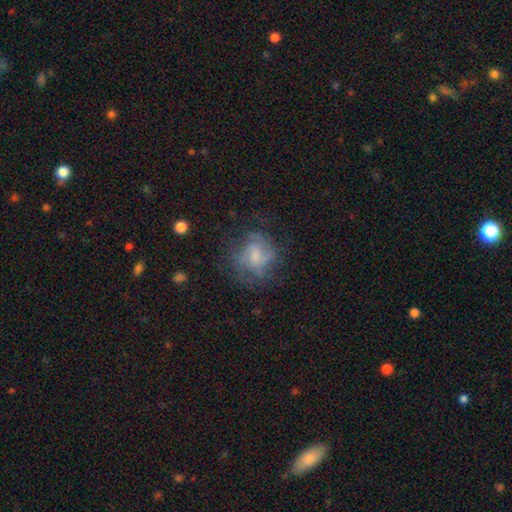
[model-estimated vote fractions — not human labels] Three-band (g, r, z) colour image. It shows a featured or disk galaxy (62%) with a weak bar (50%), spiral arms (80%) and a small central bulge (39%). Merging: none (59%).